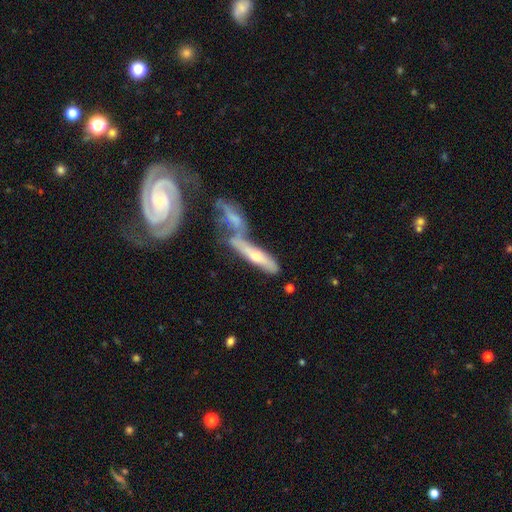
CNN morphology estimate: smooth-or-featured: featured or disk: 55% | smooth: 36% | star or artifact: 8%
  disk-edge-on: yes: 59% | no: 41%
  merging: merger: 50% | none: 29% | minor disturbance: 13% | major disturbance: 8%